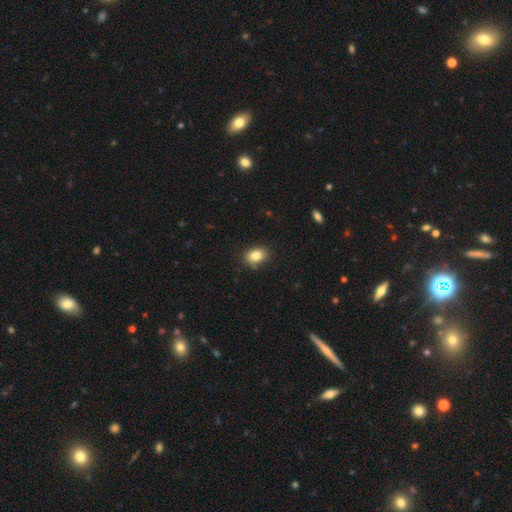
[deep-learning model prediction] smooth_or_featured: smooth (p=0.84) [alt: star or artifact p=0.09]
how_rounded: in between (p=0.70) [alt: round p=0.29]
merging: none (p=0.83) [alt: minor disturbance p=0.13]